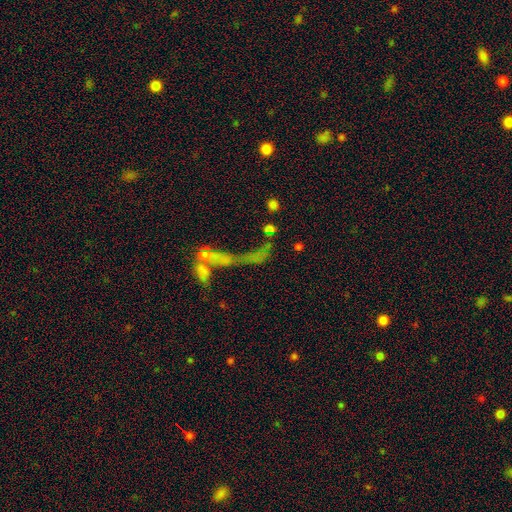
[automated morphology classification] Smooth or featured? smooth (36%)
Merging? merger (40%)